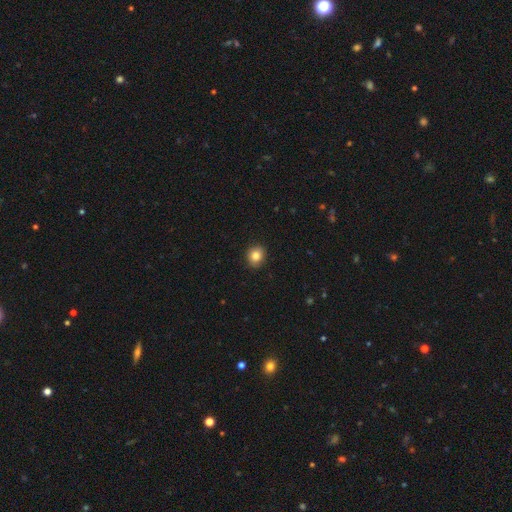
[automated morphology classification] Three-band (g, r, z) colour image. It shows a smooth galaxy with no disk features (84%) that is round (71%). Merging: none (91%).